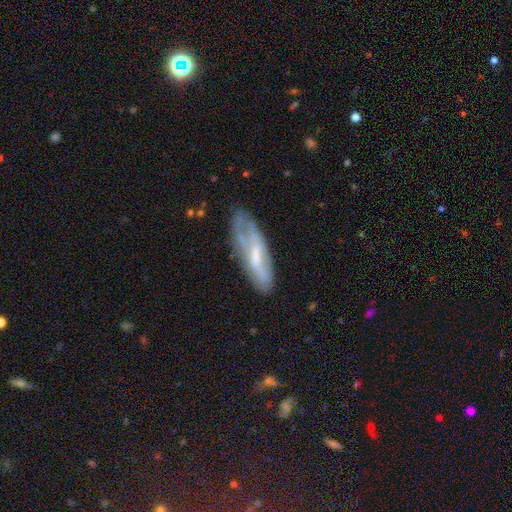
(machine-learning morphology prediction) The model was most divided on "smooth or featured": featured or disk: 57%, smooth: 35%, star or artifact: 8%. More confident: edge-on disk — no (68%); merging — none (59%).